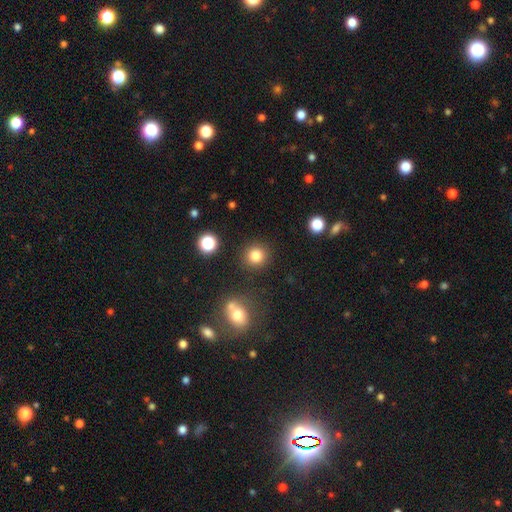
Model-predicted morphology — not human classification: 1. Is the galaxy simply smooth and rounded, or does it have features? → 82% smooth, 13% star or artifact, 6% featured or disk.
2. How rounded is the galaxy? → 90% round, 9% in between, 1% cigar-shaped.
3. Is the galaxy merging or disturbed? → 86% none, 7% minor disturbance, 3% merger, 3% major disturbance.